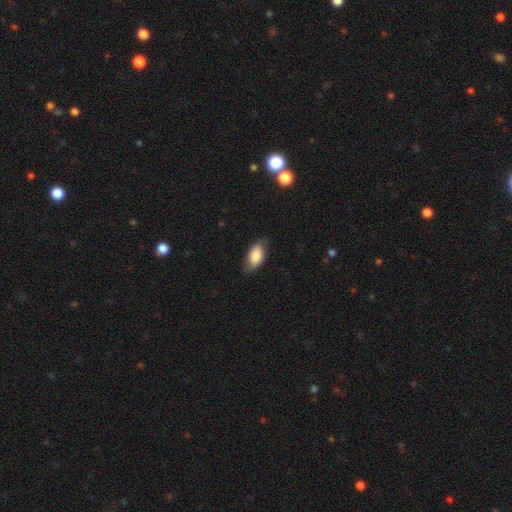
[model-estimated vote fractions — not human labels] The model was most divided on "merging": none: 73%, minor disturbance: 21%, major disturbance: 5%, merger: 1%. More confident: how rounded — in between (92%); smooth or featured — smooth (81%).